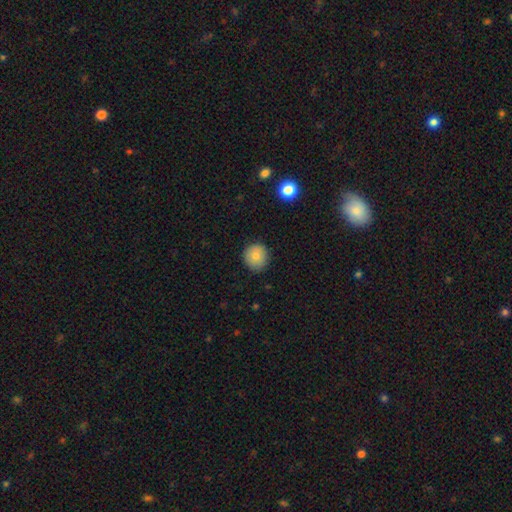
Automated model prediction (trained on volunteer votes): Q: Smooth or featured?
A: smooth (78%); runner-up: featured or disk (13%)
Q: How rounded?
A: round (90%); runner-up: in between (9%)
Q: Merging?
A: none (87%); runner-up: minor disturbance (10%)